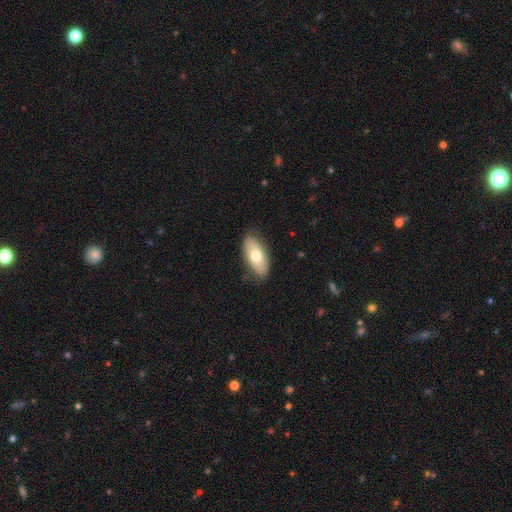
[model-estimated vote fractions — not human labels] Smooth or featured? Predicted: smooth (p=0.71). How rounded? Predicted: in between (p=0.87). Merging? Predicted: none (p=0.83).